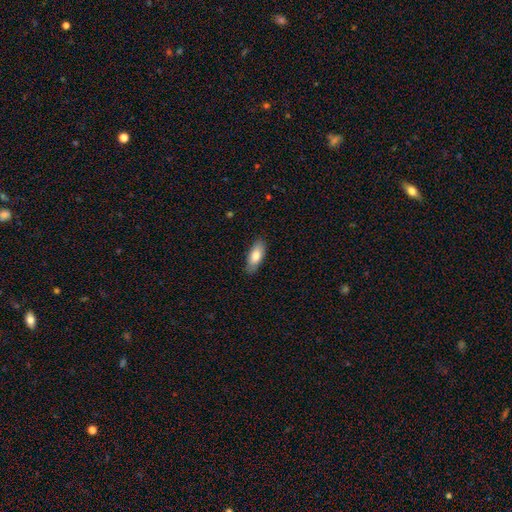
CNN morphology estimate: type=smooth (79%); roundness=in between (80%); merging=none (85%).